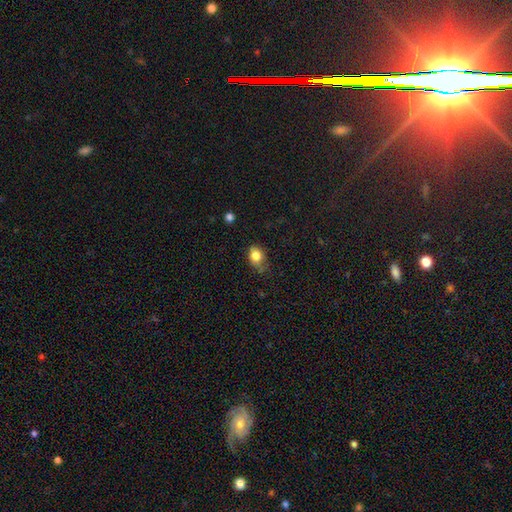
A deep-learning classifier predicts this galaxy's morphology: The model was most divided on "merging": none: 54%, minor disturbance: 34%, major disturbance: 10%, merger: 3%. More confident: smooth or featured — smooth (81%); how rounded — in between (64%).